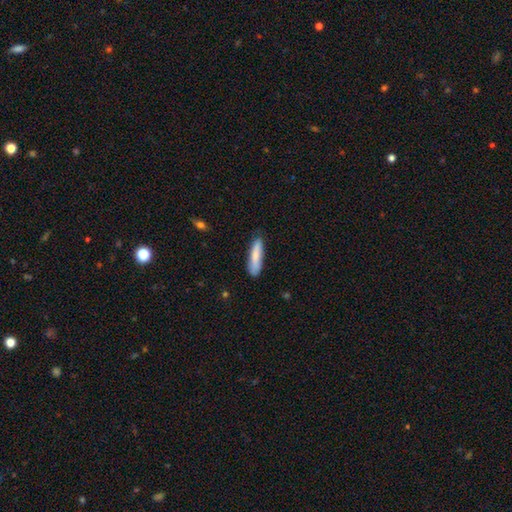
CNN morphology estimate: This appears to be a smooth galaxy with no disk features (79%) that is cigar-shaped (78%). Merging: none (77%).